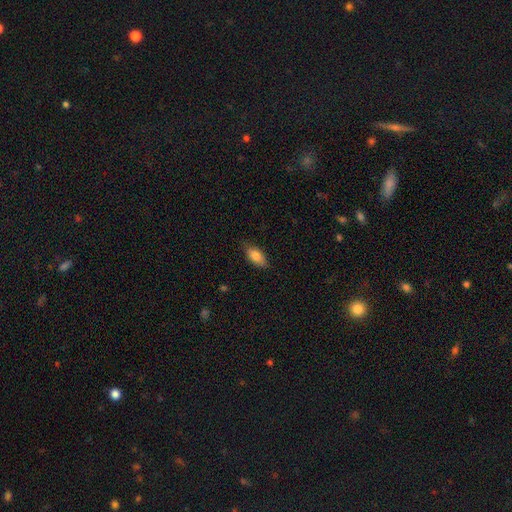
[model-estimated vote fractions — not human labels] Morphology: type=smooth (81%); roundness=in between (89%); merging=none (80%).